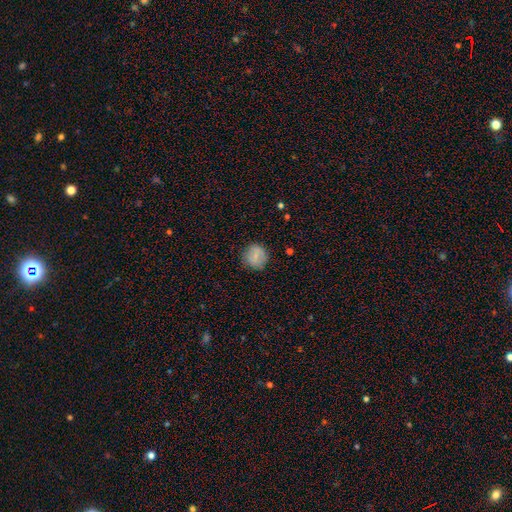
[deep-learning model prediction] smooth 77%, featured or disk 14%, star or artifact 9%. Down the decision tree: how rounded — round (91%); merging — none (84%).